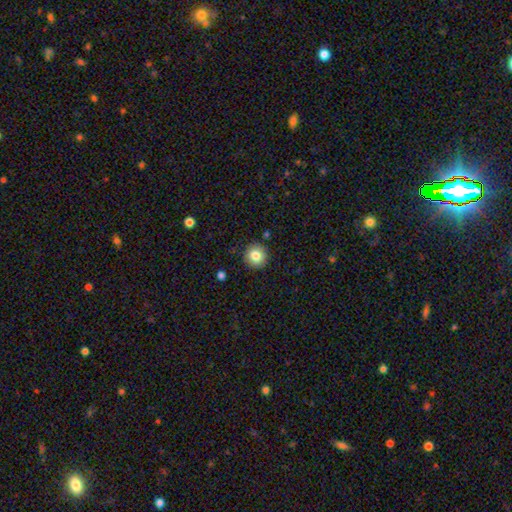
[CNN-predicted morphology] A smooth galaxy with no disk features (82%) that is round (93%). Merging: none (90%).